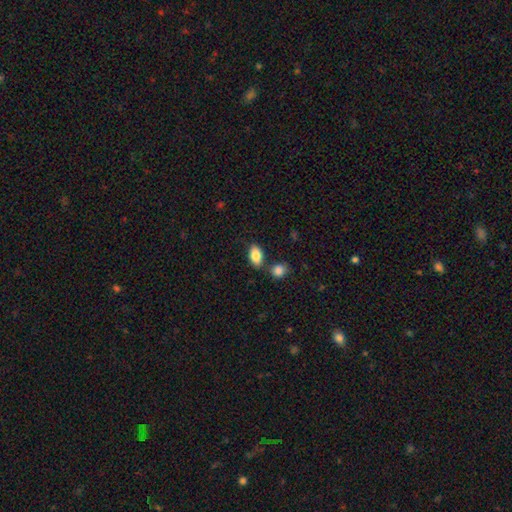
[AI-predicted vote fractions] A smooth galaxy with no disk features (85%) that is in between round and cigar-shaped (91%).

Vote fractions:
- Smooth or featured? smooth: 85% / featured or disk: 7% / star or artifact: 7%
- How rounded? in between: 91% / round: 7% / cigar-shaped: 2%
- Merging? none: 71% / merger: 14% / minor disturbance: 12% / major disturbance: 3%